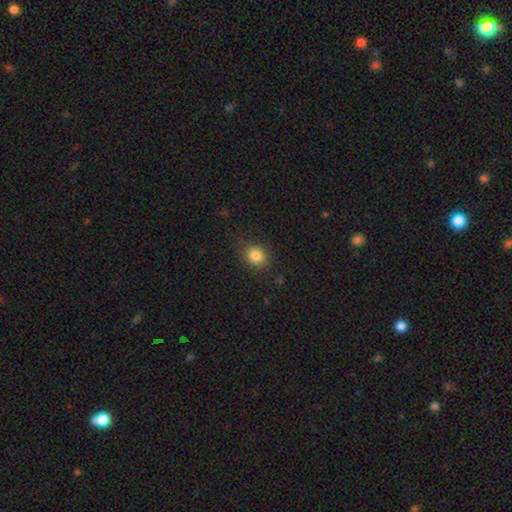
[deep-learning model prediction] smooth-or-featured: smooth: 85% | star or artifact: 10% | featured or disk: 5%
  how-rounded: round: 68% | in between: 31% | cigar-shaped: 1%
  merging: none: 85% | minor disturbance: 10% | major disturbance: 3% | merger: 1%